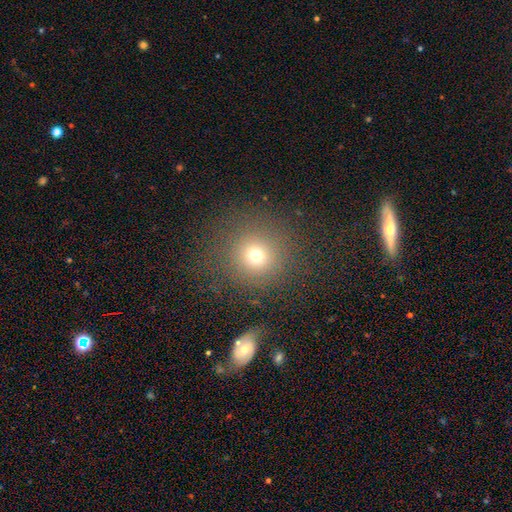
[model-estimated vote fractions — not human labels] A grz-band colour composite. It shows a smooth galaxy with no disk features (70%) that is round (93%). Merging: none (83%).